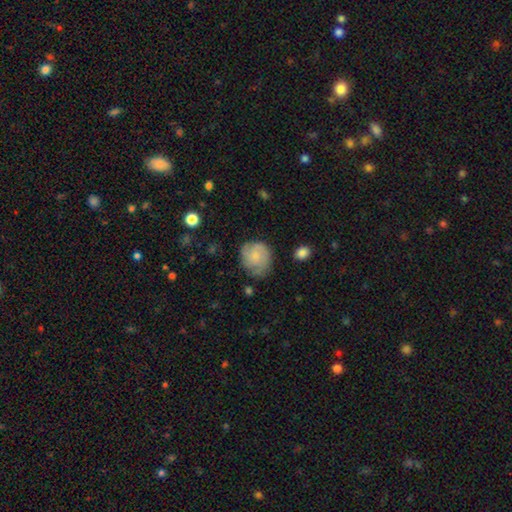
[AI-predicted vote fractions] smooth 57%, featured or disk 36%, star or artifact 7%. Down the decision tree: how rounded — round (76%); merging — none (66%).